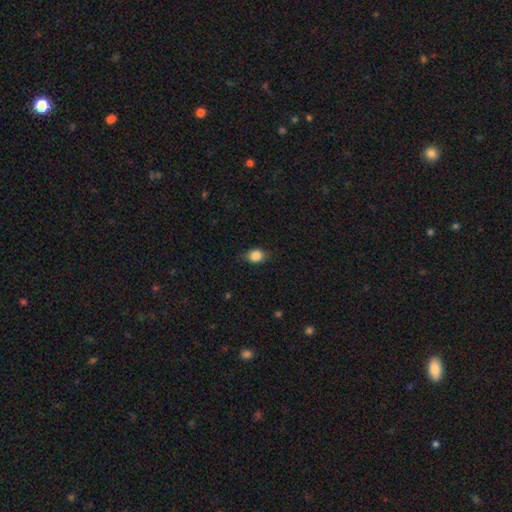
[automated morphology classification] Smooth or featured: smooth — 85% (star or artifact — 10%)
How rounded: round — 50% (in between — 49%)
Merging: none — 77% (minor disturbance — 19%)